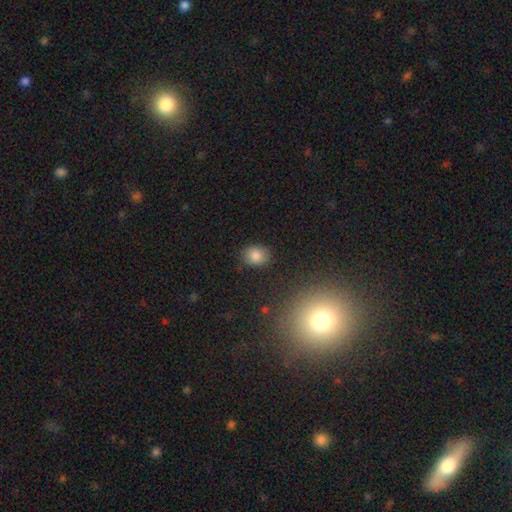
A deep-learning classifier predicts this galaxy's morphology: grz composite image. It shows a smooth galaxy with no disk features (84%) that is in between round and cigar-shaped (51%). Merging: none (83%).